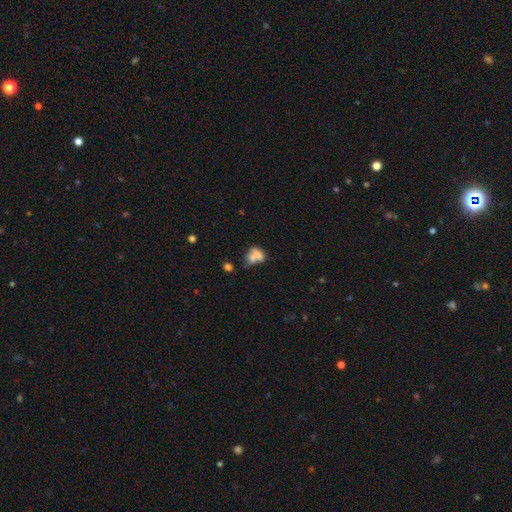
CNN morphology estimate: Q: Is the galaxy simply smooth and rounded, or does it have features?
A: smooth — 67%.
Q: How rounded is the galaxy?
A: in between — 65%.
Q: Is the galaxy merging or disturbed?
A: merger — 58%.